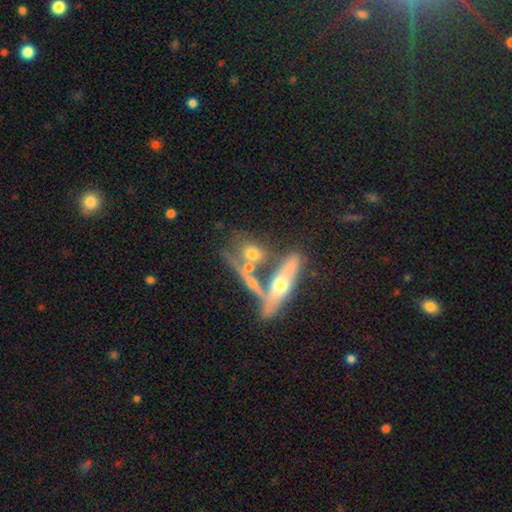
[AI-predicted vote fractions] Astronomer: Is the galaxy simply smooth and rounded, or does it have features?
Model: featured or disk — 62%.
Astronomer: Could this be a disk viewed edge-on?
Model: yes — 65%.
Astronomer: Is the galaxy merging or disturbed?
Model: merger — 44% (runner-up: none, 37%).